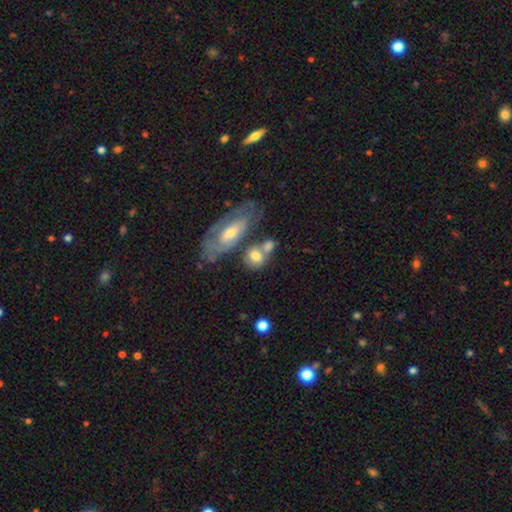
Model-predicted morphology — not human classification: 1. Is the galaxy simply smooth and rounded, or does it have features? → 65% smooth, 27% featured or disk, 8% star or artifact.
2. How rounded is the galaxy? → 53% round, 43% in between, 4% cigar-shaped.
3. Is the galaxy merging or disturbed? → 39% none, 38% merger, 15% minor disturbance, 8% major disturbance.